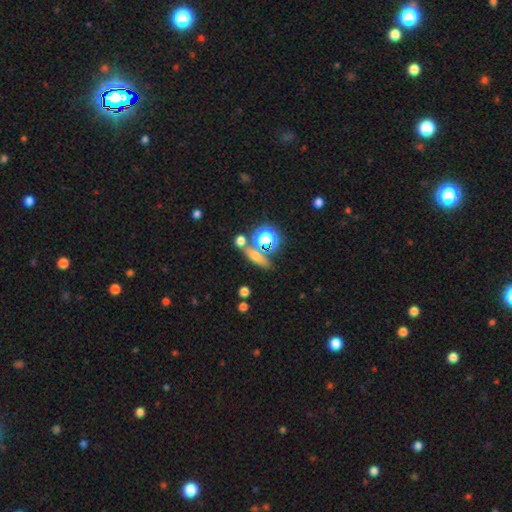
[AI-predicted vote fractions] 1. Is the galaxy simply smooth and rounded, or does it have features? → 56% smooth, 25% star or artifact, 20% featured or disk.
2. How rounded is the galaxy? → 40% cigar-shaped, 31% in between, 29% round.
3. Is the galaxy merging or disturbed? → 64% none, 19% merger, 11% minor disturbance, 5% major disturbance.